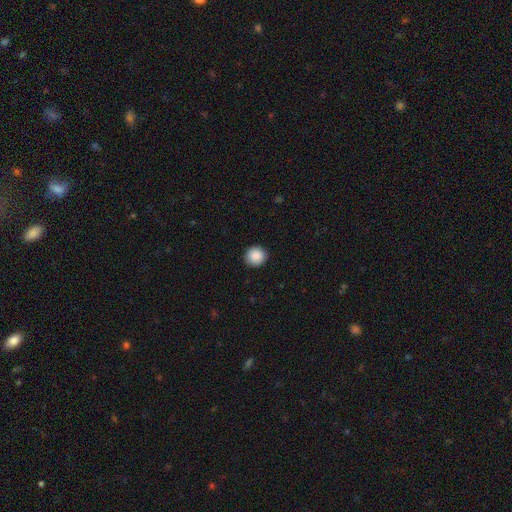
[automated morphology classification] smooth 89%, star or artifact 8%, featured or disk 3%. Down the decision tree: how rounded — round (89%); merging — none (90%).